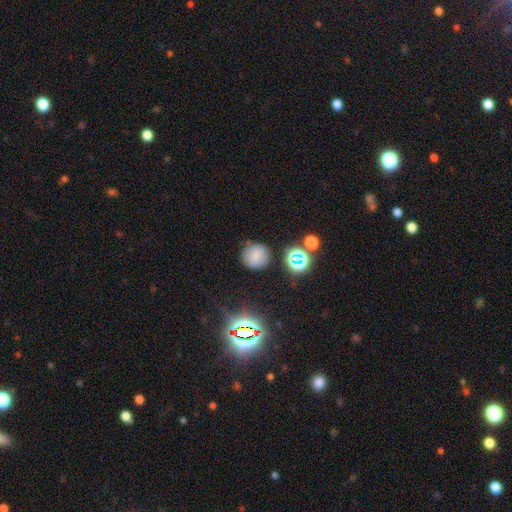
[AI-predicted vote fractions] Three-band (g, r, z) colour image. It shows a smooth galaxy with no disk features (70%) that is round (90%). Merging: none (81%).